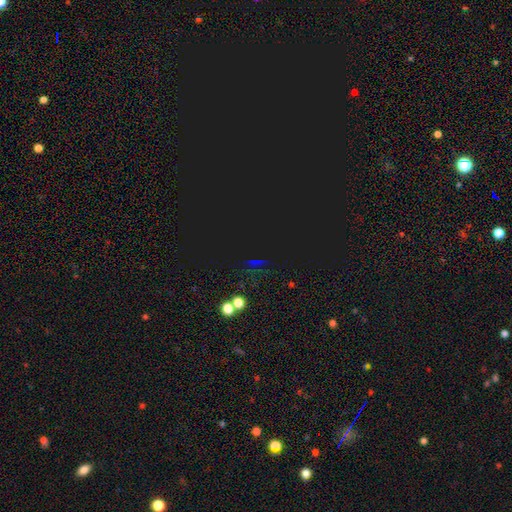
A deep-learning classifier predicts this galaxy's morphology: smooth_or_featured: star or artifact (p=0.73) [alt: smooth p=0.18]